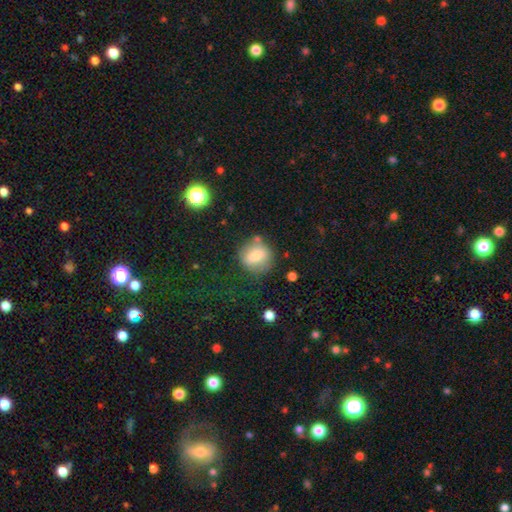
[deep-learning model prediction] smooth-or-featured: smooth: 72% | featured or disk: 19% | star or artifact: 9%
  how-rounded: round: 81% | in between: 18% | cigar-shaped: 1%
  merging: none: 72% | minor disturbance: 16% | merger: 6% | major disturbance: 6%